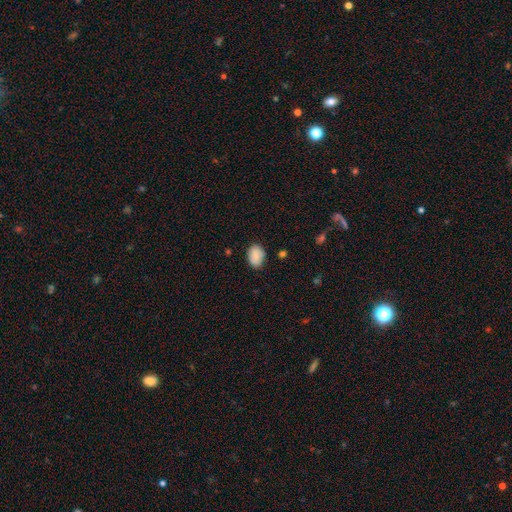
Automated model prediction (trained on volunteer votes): A smooth galaxy with no disk features (87%) that is in between round and cigar-shaped (78%). Merging: none (79%).